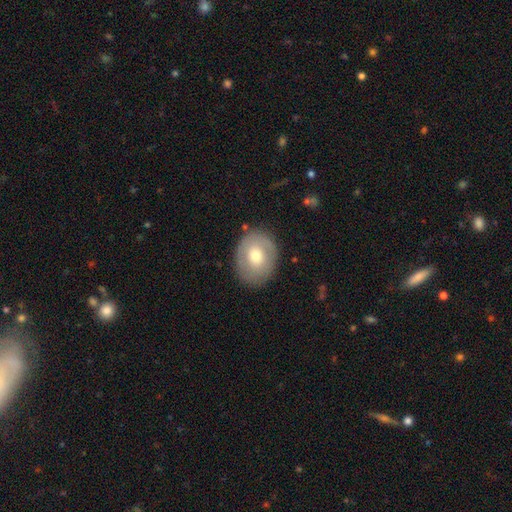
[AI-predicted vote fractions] smooth_or_featured: smooth (p=0.59) [alt: featured or disk p=0.33]
how_rounded: in between (p=0.52) [alt: round p=0.47]
merging: none (p=0.81) [alt: minor disturbance p=0.13]